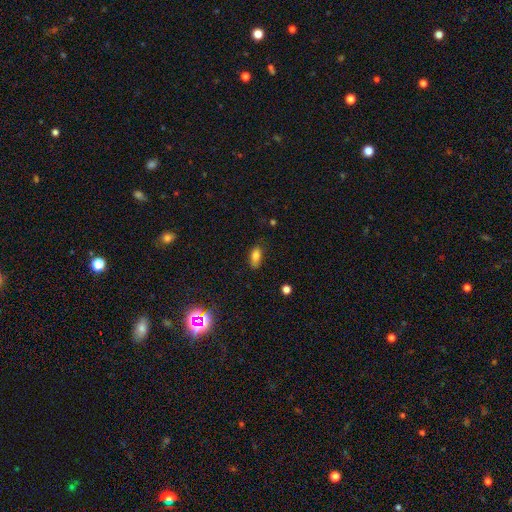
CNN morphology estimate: smooth 80%, star or artifact 11%, featured or disk 9%. Down the decision tree: how rounded — in between (86%); merging — none (65%).